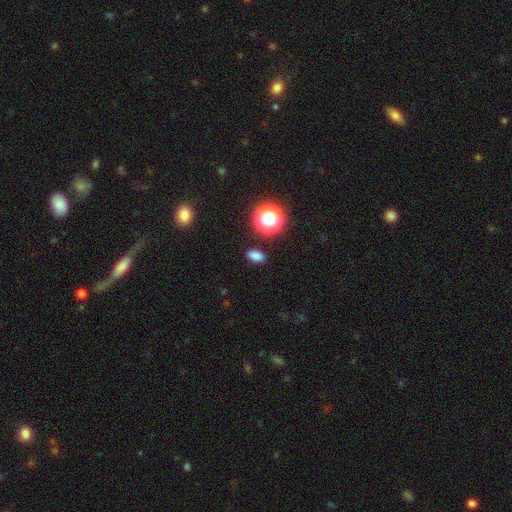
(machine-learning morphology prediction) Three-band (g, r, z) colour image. It shows a smooth galaxy with no disk features (78%) that is in between round and cigar-shaped (81%). Merging: none (87%).